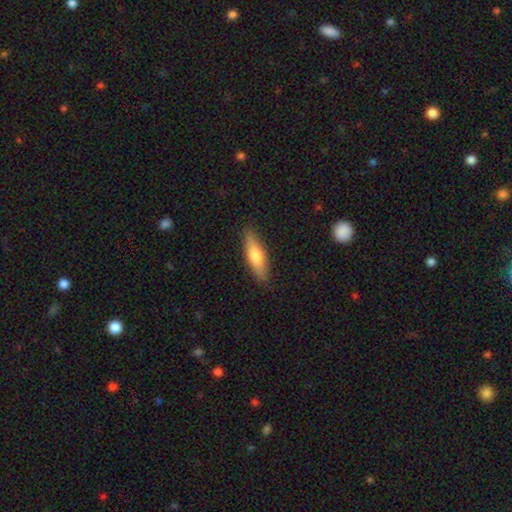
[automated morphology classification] Q: Smooth or featured?
A: smooth (66%); runner-up: featured or disk (28%)
Q: How rounded?
A: cigar-shaped (59%); runner-up: in between (38%)
Q: Merging?
A: none (87%); runner-up: minor disturbance (10%)